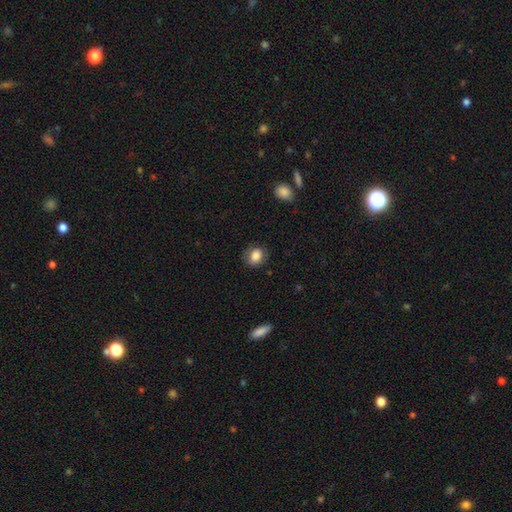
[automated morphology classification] Smooth or featured: smooth — 83% (featured or disk — 9%)
How rounded: in between — 50% (round — 49%)
Merging: none — 78% (minor disturbance — 16%)